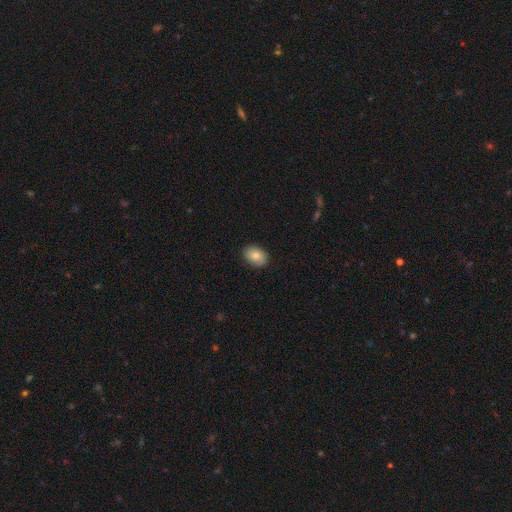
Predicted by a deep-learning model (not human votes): smooth-or-featured: smooth: 81% | featured or disk: 11% | star or artifact: 7%
  how-rounded: in between: 78% | round: 21% | cigar-shaped: 1%
  merging: none: 85% | minor disturbance: 12% | major disturbance: 2% | merger: 1%